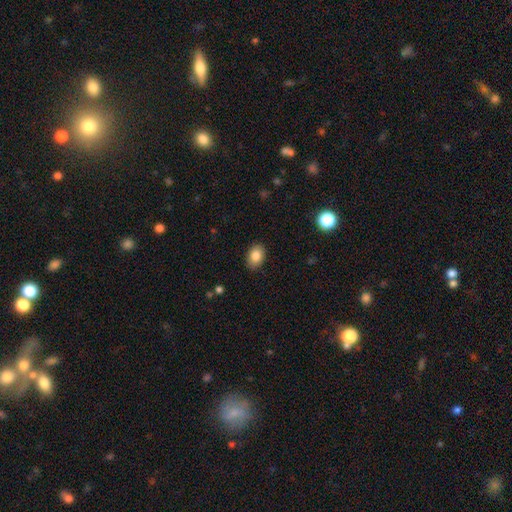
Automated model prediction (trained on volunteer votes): Smooth or featured?
  - smooth: 84% *
  - star or artifact: 8%
  - featured or disk: 7%
How rounded?
  - in between: 80% *
  - round: 19%
  - cigar-shaped: 1%
Merging?
  - none: 88% *
  - minor disturbance: 9%
  - major disturbance: 2%
  - merger: 1%